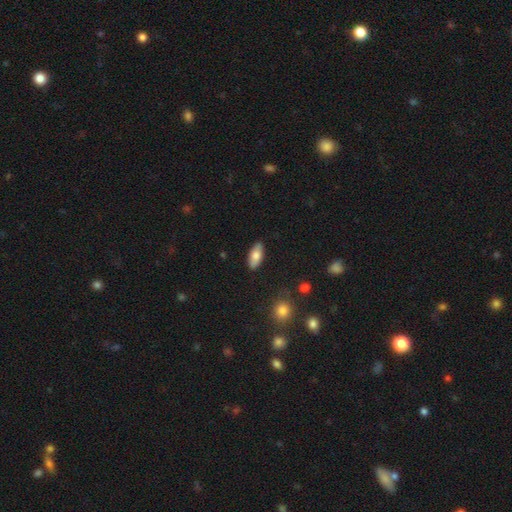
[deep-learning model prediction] A smooth galaxy with no disk features (78%) that is in between round and cigar-shaped (85%).

Vote fractions:
- Smooth or featured? smooth: 78% / featured or disk: 16% / star or artifact: 6%
- How rounded? in between: 85% / cigar-shaped: 13% / round: 2%
- Merging? none: 87% / minor disturbance: 9% / major disturbance: 2% / merger: 1%